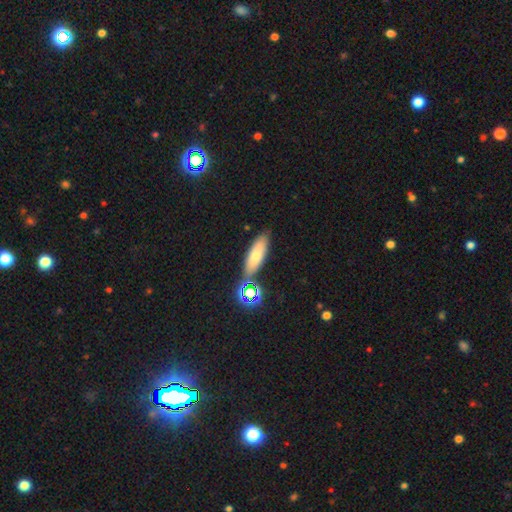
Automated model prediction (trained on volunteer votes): This is likely a smooth galaxy (70%). How rounded: possibly in between (56%). Merging: likely none (78%).